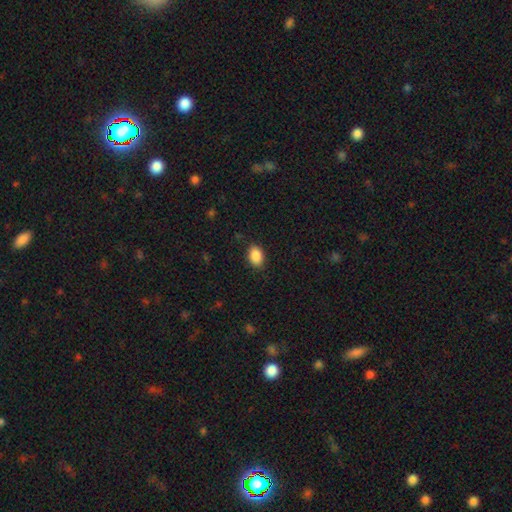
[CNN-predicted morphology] This is clearly a smooth galaxy (89%). How rounded: clearly in between (84%). Merging: clearly none (87%).